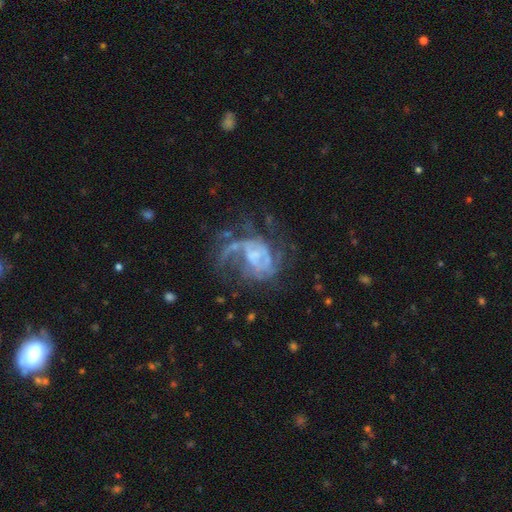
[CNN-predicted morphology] A featured or disk galaxy (81%) with no bar (52%), 2 (30%) medium (41%) spiral arms (81%) and a small central bulge (35%).

Vote fractions:
- Smooth or featured? featured or disk: 81% / smooth: 10% / star or artifact: 10%
- Edge-on disk? no: 98% / yes: 2%
- Bar? no: 52% / weak: 37% / strong: 11%
- Spiral arms? yes: 81% / no: 19%
- Spiral winding? medium: 41% / loose: 36% / tight: 23%
- Spiral arm count? 2: 30% / can't tell: 29% / 1: 19% / 3: 12% / 4: 6% / more than 4: 5%
- Bulge size? small: 35% / moderate: 29% / none: 28% / large: 6% / dominant: 2%
- Merging? major disturbance: 43% / none: 35% / minor disturbance: 15% / merger: 7%